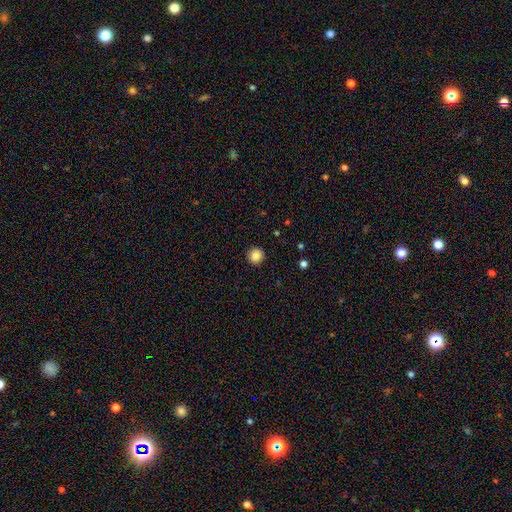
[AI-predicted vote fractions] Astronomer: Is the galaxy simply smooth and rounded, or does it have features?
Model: smooth — 87%.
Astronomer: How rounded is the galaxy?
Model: round — 95%.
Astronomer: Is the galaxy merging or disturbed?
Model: none — 93%.